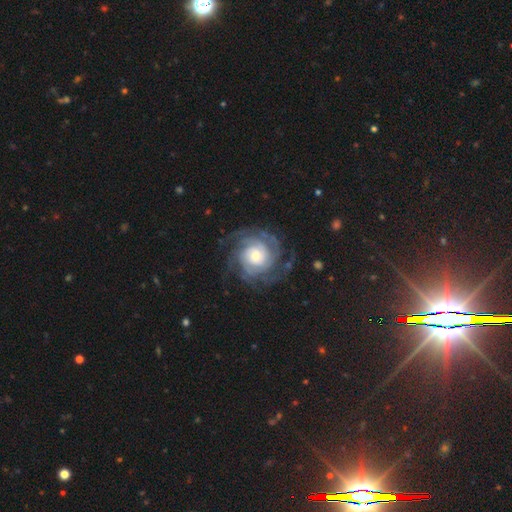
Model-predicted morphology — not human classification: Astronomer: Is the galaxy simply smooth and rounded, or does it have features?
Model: featured or disk — 88%.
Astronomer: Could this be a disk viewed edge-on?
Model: no — 98%.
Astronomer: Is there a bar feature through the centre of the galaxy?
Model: no — 75%.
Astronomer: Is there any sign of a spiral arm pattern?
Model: yes — 98%.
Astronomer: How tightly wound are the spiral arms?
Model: tight — 72%.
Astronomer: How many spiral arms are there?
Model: can't tell — 24% (runner-up: 3, 23%).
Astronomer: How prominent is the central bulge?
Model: moderate — 48% (runner-up: small, 33%).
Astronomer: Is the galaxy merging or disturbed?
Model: none — 77%.